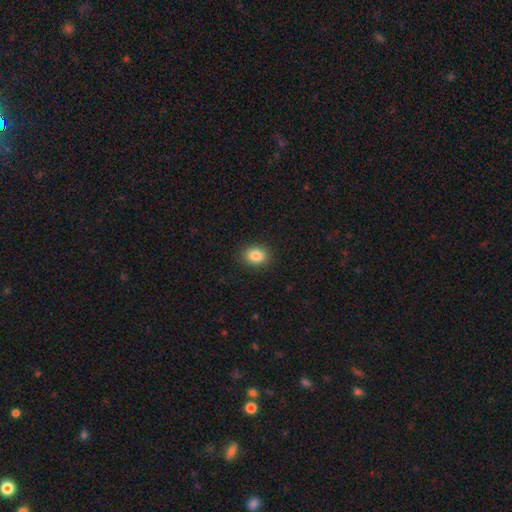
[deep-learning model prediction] Morphology: type=smooth (86%); roundness=in between (57%); merging=none (89%).